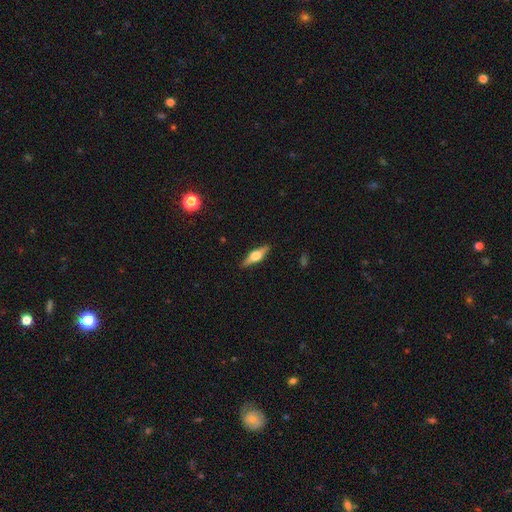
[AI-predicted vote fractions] A featured or disk galaxy (64%) viewed edge-on (96%) with a rounded central bulge (94%). Merging: none (89%).